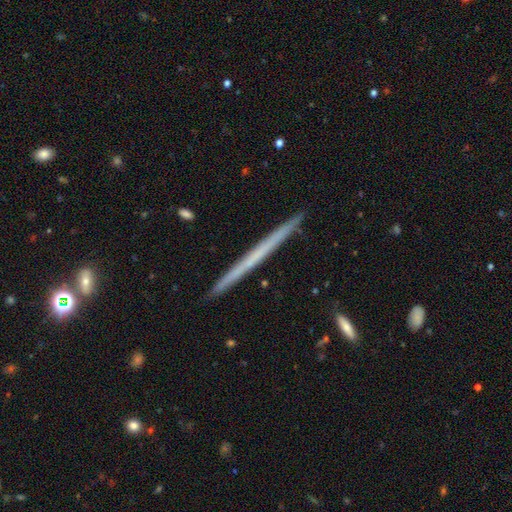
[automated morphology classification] This is possibly a featured or disk galaxy (56%). It is clearly viewed edge-on (98%). Edge-on bulge: clearly none (92%). Merging: clearly none (93%).